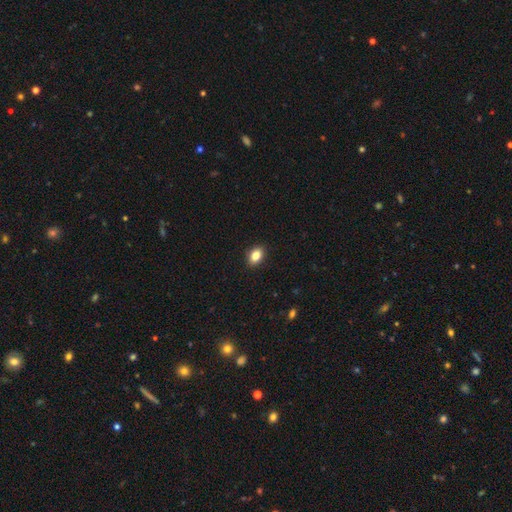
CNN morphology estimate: A smooth galaxy with no disk features (84%) that is in between round and cigar-shaped (79%). Merging: none (90%).